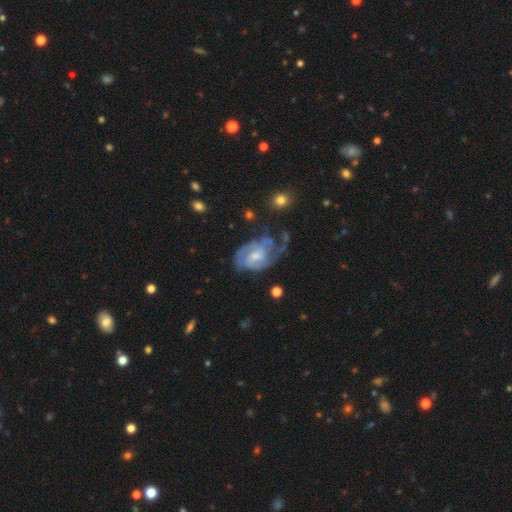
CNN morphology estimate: featured or disk 83%, smooth 11%, star or artifact 6%. Down the decision tree: edge-on disk — no (97%); bar — weak (46%); spiral arms — yes (94%); spiral arm count — 2 (48%); spiral winding — medium (43%); bulge size — small (51%); merging — none (42%).